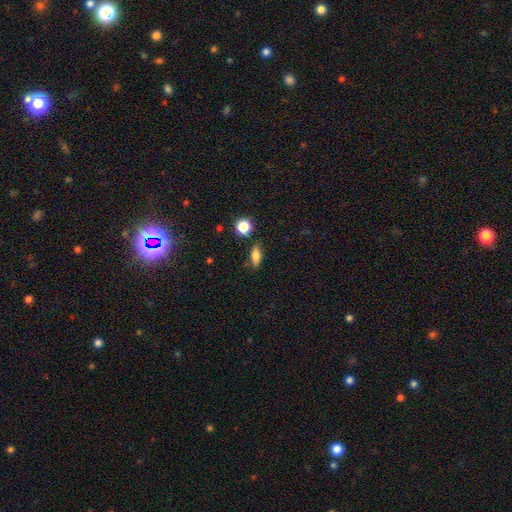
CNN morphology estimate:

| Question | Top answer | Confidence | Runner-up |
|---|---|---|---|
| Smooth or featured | smooth | 74% | featured or disk (15%) |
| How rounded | in between | 68% | cigar-shaped (22%) |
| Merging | none | 79% | minor disturbance (14%) |